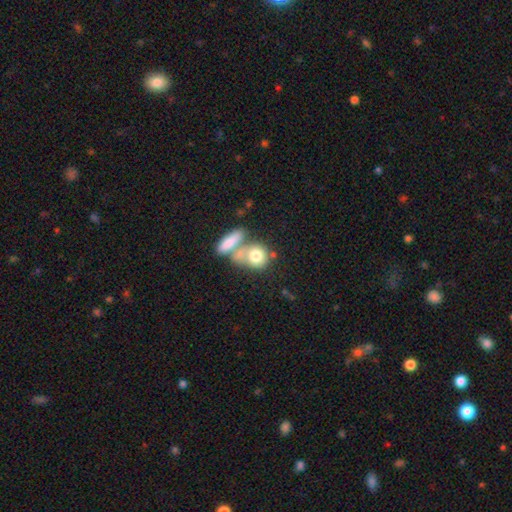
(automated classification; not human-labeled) Q: Smooth or featured?
A: smooth (75%); runner-up: featured or disk (17%)
Q: How rounded?
A: round (51%); runner-up: in between (43%)
Q: Merging?
A: merger (50%); runner-up: none (33%)